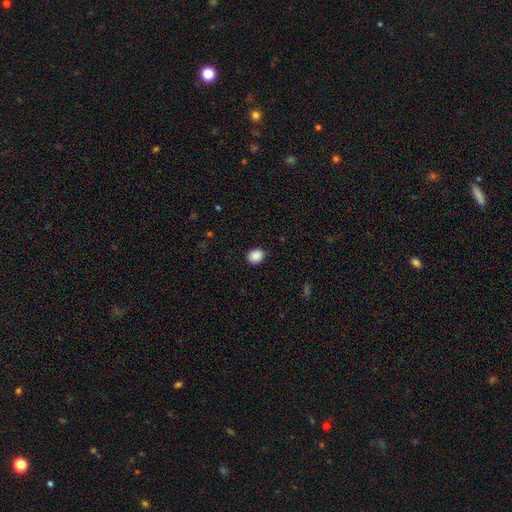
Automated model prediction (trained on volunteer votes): The model was most divided on "how rounded": round: 57%, in between: 42%, cigar-shaped: 1%. More confident: merging — none (90%); smooth or featured — smooth (89%).